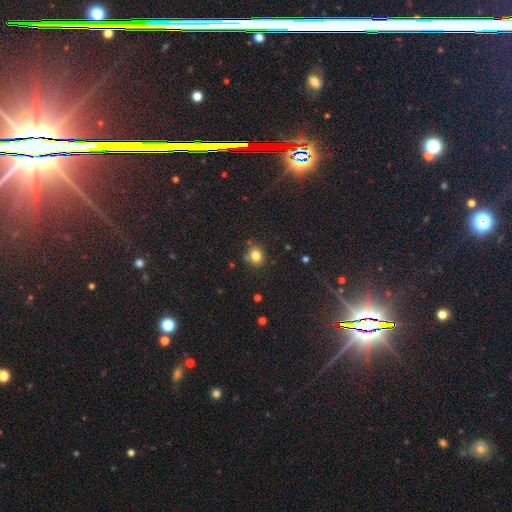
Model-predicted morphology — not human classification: Smooth or featured?
  - smooth: 80% *
  - star or artifact: 14%
  - featured or disk: 6%
How rounded?
  - round: 77% *
  - in between: 22%
  - cigar-shaped: 1%
Merging?
  - none: 75% *
  - minor disturbance: 14%
  - merger: 7%
  - major disturbance: 4%